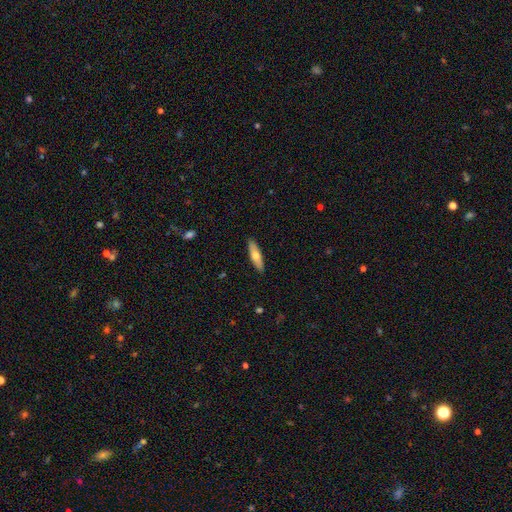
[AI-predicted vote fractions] smooth_or_featured: smooth (p=0.63) [alt: featured or disk p=0.31]
how_rounded: cigar-shaped (p=0.65) [alt: in between p=0.33]
merging: none (p=0.90) [alt: minor disturbance p=0.08]